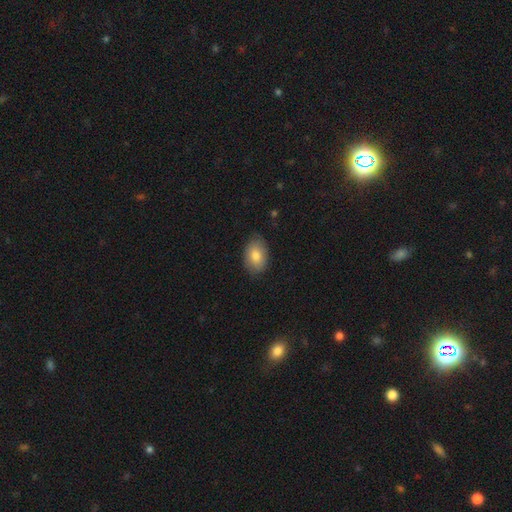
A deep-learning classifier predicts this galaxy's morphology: smooth_or_featured: smooth (p=0.80) [alt: featured or disk p=0.13]
how_rounded: in between (p=0.86) [alt: round p=0.13]
merging: none (p=0.80) [alt: minor disturbance p=0.16]